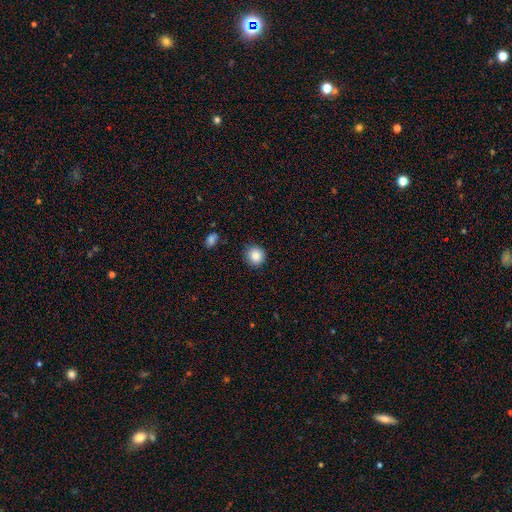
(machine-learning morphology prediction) A smooth galaxy with no disk features (85%) that is round (92%). Merging: none (89%).